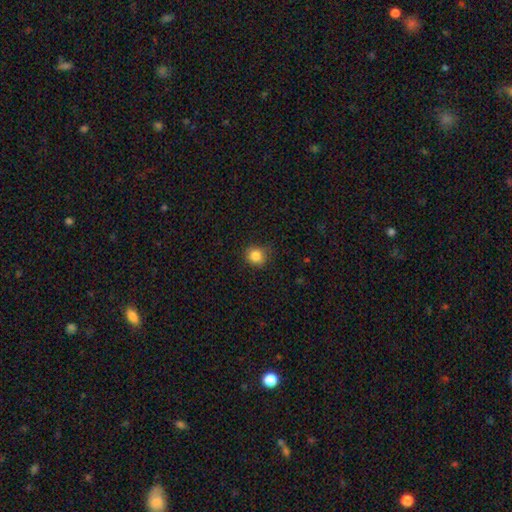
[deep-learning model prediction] smooth-or-featured: smooth: 85% | star or artifact: 11% | featured or disk: 4%
  how-rounded: round: 84% | in between: 15% | cigar-shaped: 1%
  merging: none: 78% | minor disturbance: 17% | major disturbance: 3% | merger: 1%